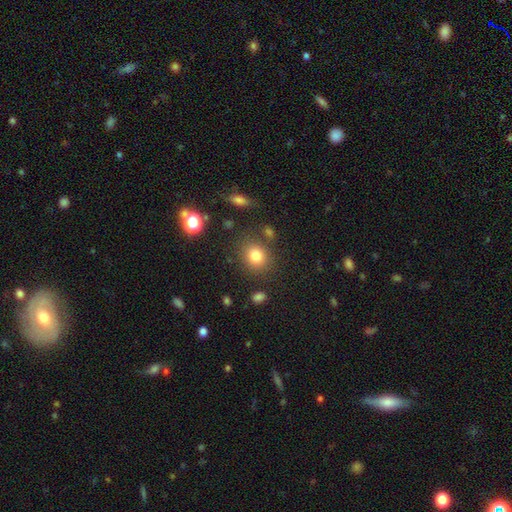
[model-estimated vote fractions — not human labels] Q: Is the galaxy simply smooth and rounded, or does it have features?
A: smooth — 81%.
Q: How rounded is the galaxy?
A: round — 75%.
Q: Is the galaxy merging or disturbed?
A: none — 80%.